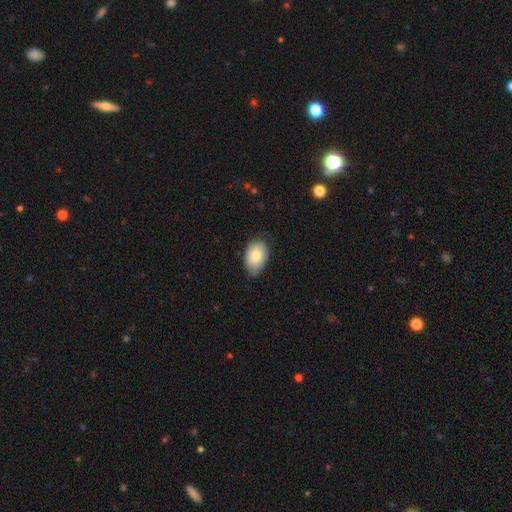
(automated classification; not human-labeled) A smooth galaxy with no disk features (79%) that is in between round and cigar-shaped (88%).

Vote fractions:
- Smooth or featured? smooth: 79% / featured or disk: 14% / star or artifact: 7%
- How rounded? in between: 88% / round: 11% / cigar-shaped: 1%
- Merging? none: 72% / minor disturbance: 24% / major disturbance: 3% / merger: 1%